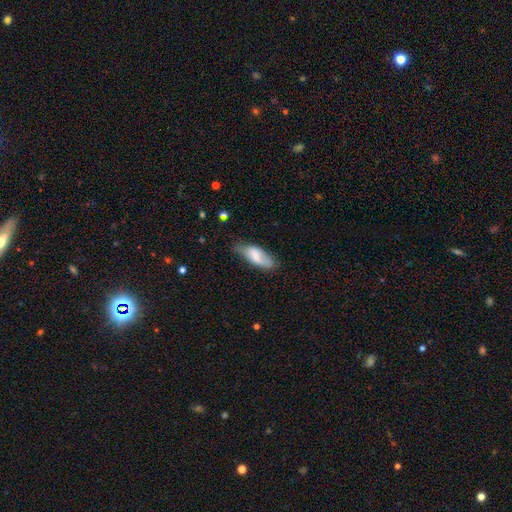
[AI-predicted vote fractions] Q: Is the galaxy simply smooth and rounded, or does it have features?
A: smooth — 60%.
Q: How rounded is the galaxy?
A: in between — 81%.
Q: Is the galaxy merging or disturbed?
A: none — 61%.